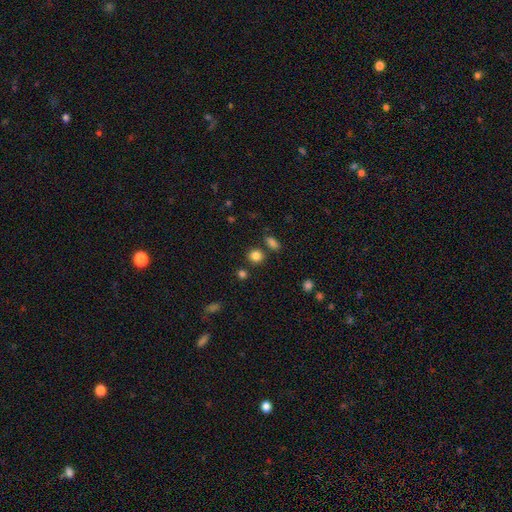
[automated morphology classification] Smooth or featured? smooth (83%)
How rounded? round (80%)
Merging? none (79%)